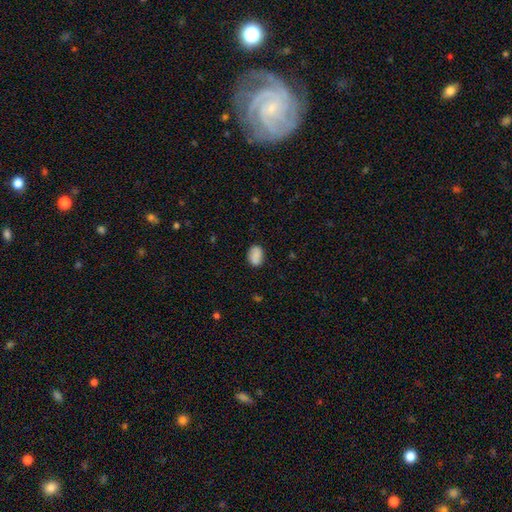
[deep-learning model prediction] The model was most divided on "how rounded": in between: 70%, round: 28%, cigar-shaped: 1%. More confident: smooth or featured — smooth (79%); merging — none (78%).